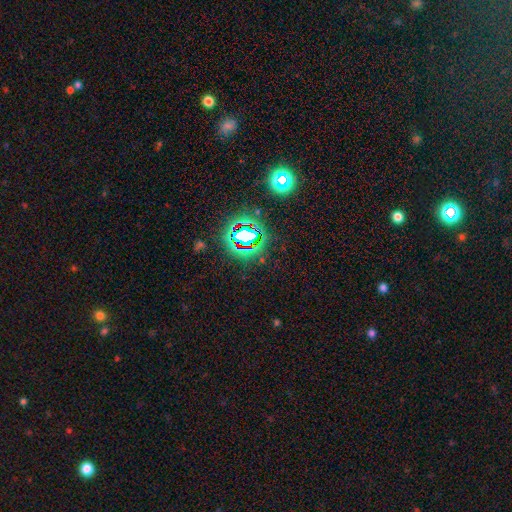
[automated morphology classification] Smooth or featured: star or artifact — 76% (smooth — 15%)